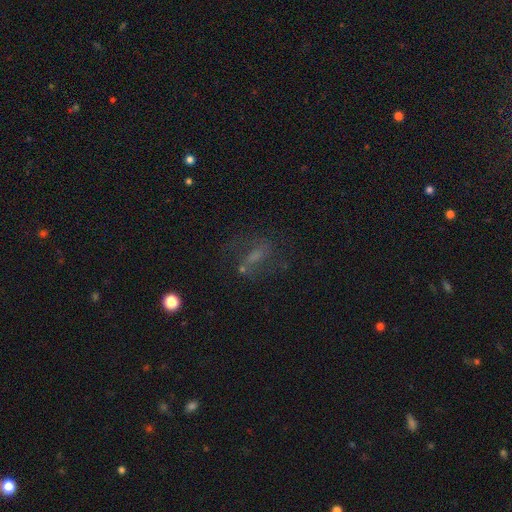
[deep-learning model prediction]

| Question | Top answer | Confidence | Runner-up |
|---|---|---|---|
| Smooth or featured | featured or disk | 44% | smooth (33%) |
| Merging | none | 59% | major disturbance (18%) |